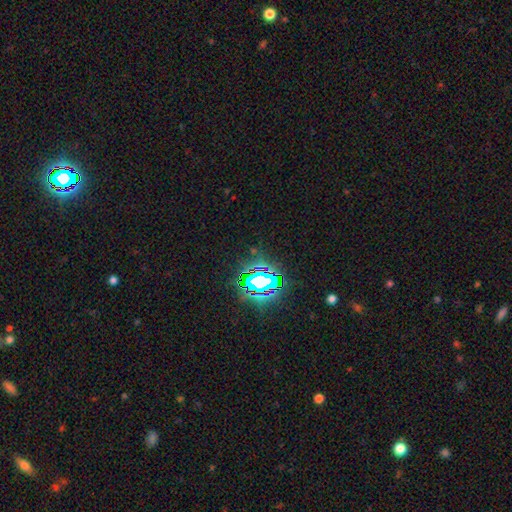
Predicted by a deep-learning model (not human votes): Smooth or featured: star or artifact — 78% (smooth — 13%)